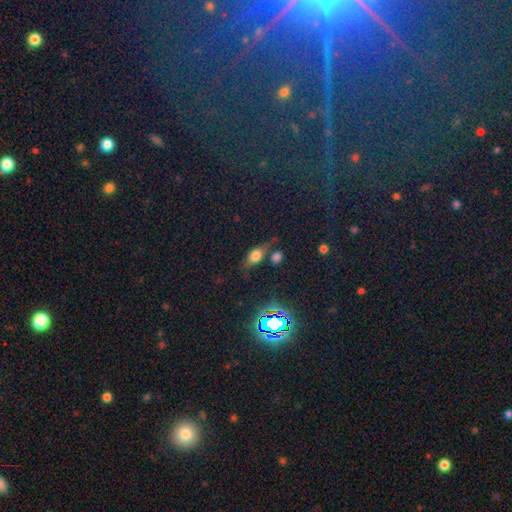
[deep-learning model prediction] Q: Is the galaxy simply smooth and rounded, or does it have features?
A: smooth — 60%.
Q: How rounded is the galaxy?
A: in between — 76%.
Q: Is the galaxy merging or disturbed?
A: none — 63%.